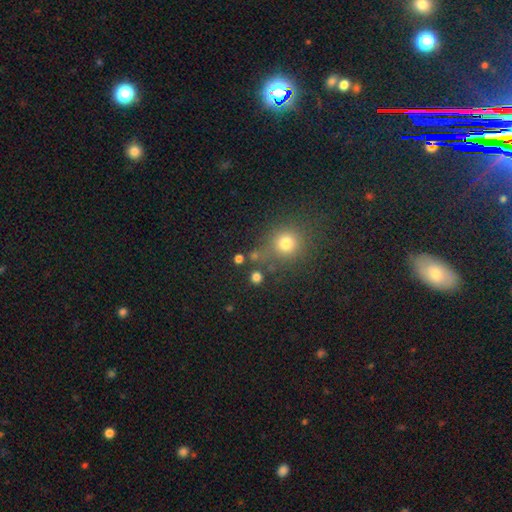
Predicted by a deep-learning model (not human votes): Smooth or featured? smooth (67%)
How rounded? round (89%)
Merging? none (74%)